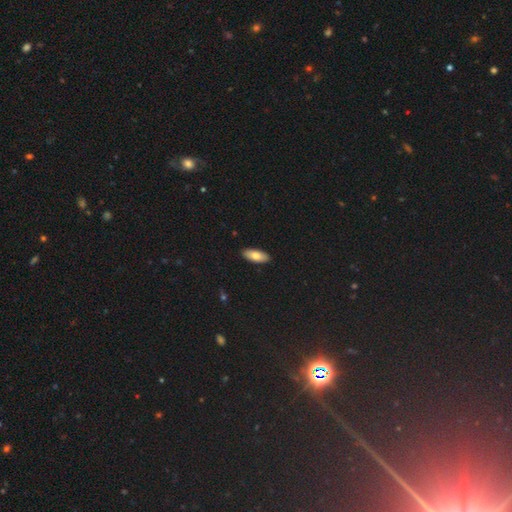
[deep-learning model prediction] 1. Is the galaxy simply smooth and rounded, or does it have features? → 80% smooth, 14% featured or disk, 6% star or artifact.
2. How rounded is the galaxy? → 81% in between, 17% cigar-shaped, 2% round.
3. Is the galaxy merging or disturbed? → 90% none, 8% minor disturbance, 1% major disturbance, 1% merger.